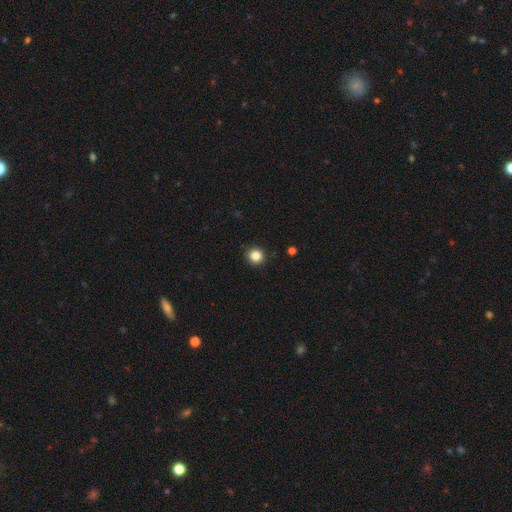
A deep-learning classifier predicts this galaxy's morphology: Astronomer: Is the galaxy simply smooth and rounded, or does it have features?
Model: smooth — 85%.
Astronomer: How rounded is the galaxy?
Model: round — 93%.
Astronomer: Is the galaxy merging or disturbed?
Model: none — 91%.